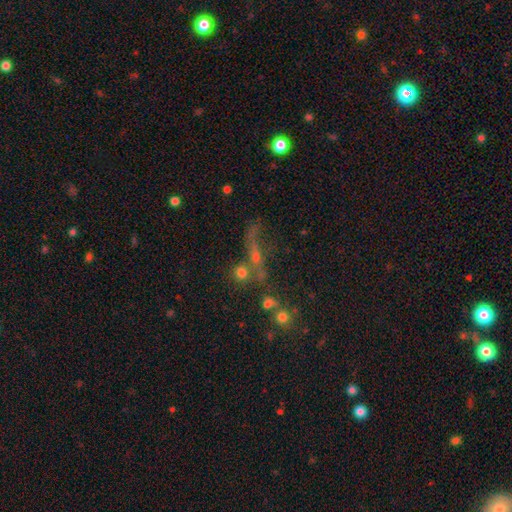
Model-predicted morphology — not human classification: smooth 39%, featured or disk 33%, star or artifact 28%. Down the decision tree: merging — none (37%).